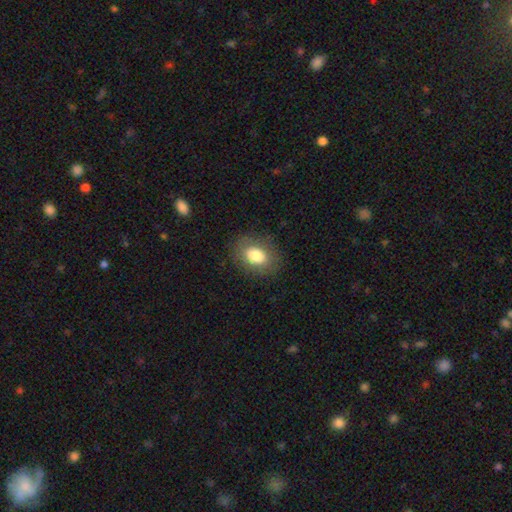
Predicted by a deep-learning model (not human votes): smooth 78%, featured or disk 13%, star or artifact 9%. Down the decision tree: how rounded — in between (72%); merging — none (84%).